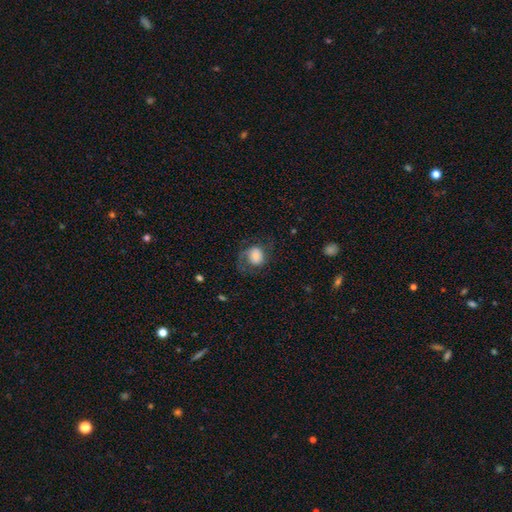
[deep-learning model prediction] smooth-or-featured: smooth: 47% | featured or disk: 44% | star or artifact: 9%
  merging: none: 52% | major disturbance: 25% | minor disturbance: 21% | merger: 2%